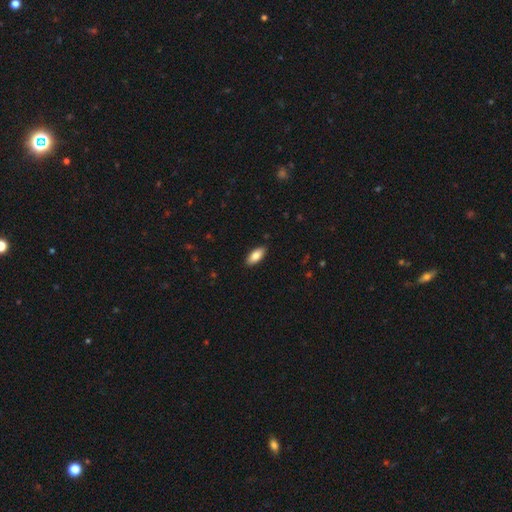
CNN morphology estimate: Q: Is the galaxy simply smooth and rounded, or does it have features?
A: smooth — 83%.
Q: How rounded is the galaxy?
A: in between — 86%.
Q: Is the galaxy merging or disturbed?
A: none — 89%.